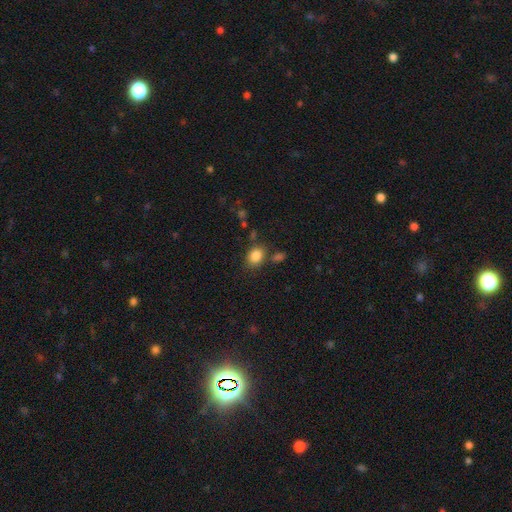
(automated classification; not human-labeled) Q: Smooth or featured?
A: smooth (84%); runner-up: star or artifact (10%)
Q: How rounded?
A: in between (58%); runner-up: round (41%)
Q: Merging?
A: none (71%); runner-up: minor disturbance (14%)